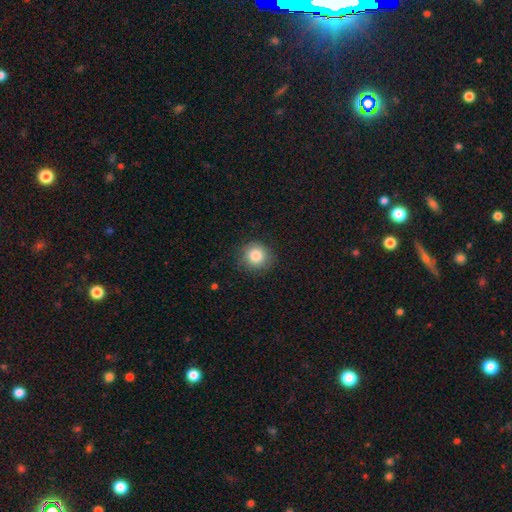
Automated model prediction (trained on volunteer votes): This is clearly a smooth galaxy (84%). How rounded: clearly round (90%). Merging: clearly none (86%).